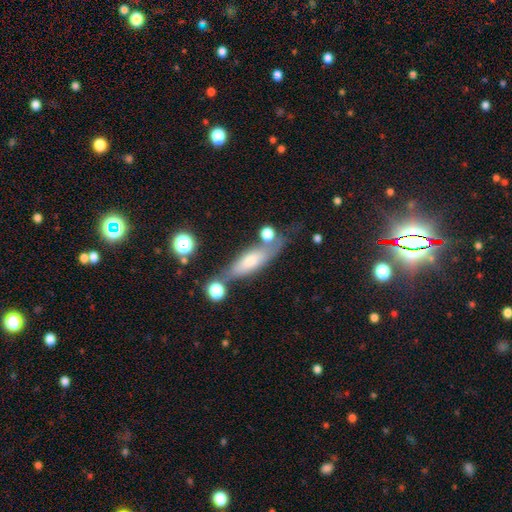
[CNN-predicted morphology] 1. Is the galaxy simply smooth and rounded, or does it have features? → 51% smooth, 39% featured or disk, 9% star or artifact.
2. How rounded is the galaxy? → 56% cigar-shaped, 40% in between, 4% round.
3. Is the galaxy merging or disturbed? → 58% none, 20% minor disturbance, 13% merger, 9% major disturbance.